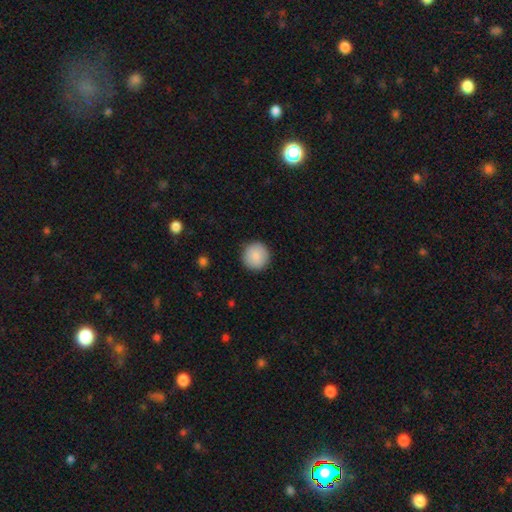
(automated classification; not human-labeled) This appears to be a smooth galaxy with no disk features (88%) that is round (95%). Merging: none (91%).